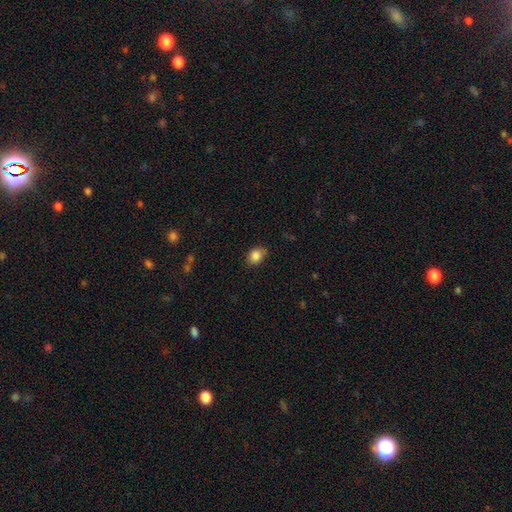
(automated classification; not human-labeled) A smooth galaxy with no disk features (86%) that is in between round and cigar-shaped (64%). Merging: none (76%).